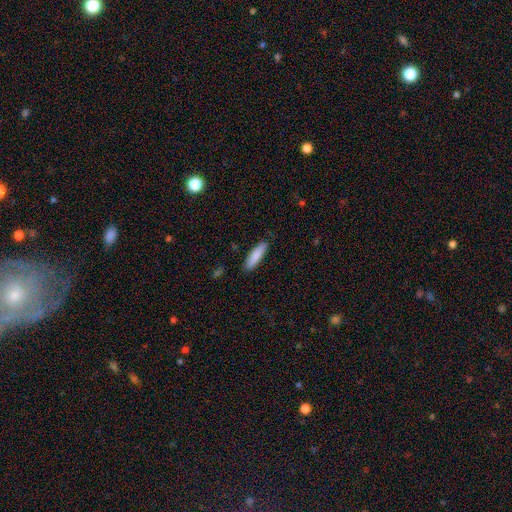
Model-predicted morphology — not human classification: type=smooth (86%); roundness=cigar-shaped (67%); merging=none (87%).